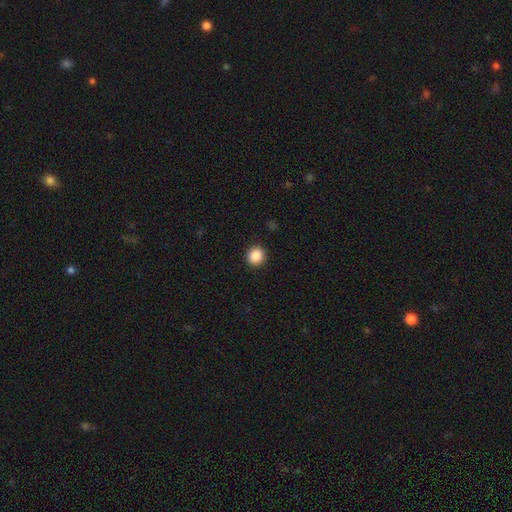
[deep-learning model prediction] This is clearly a smooth galaxy (88%). How rounded: clearly round (92%). Merging: clearly none (92%).